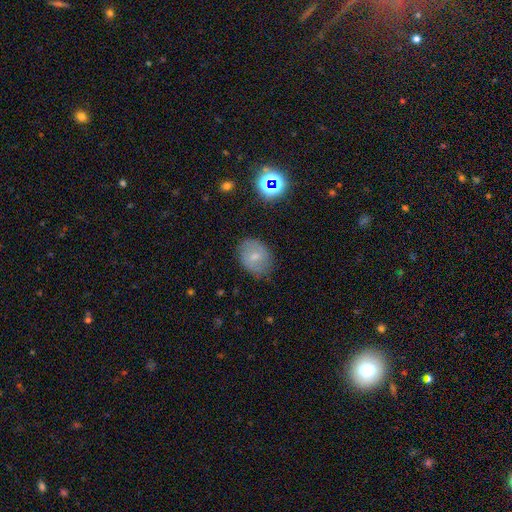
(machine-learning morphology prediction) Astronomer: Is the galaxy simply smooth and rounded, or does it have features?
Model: smooth — 61%.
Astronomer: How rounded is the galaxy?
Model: in between — 59% (runner-up: round, 40%).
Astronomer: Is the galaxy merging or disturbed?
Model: none — 80%.